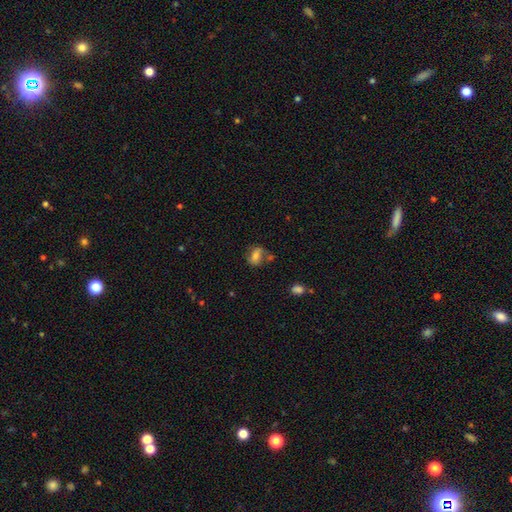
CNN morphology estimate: This appears to be a smooth galaxy with no disk features (67%) that is in between round and cigar-shaped (68%). Merging: none (52%).